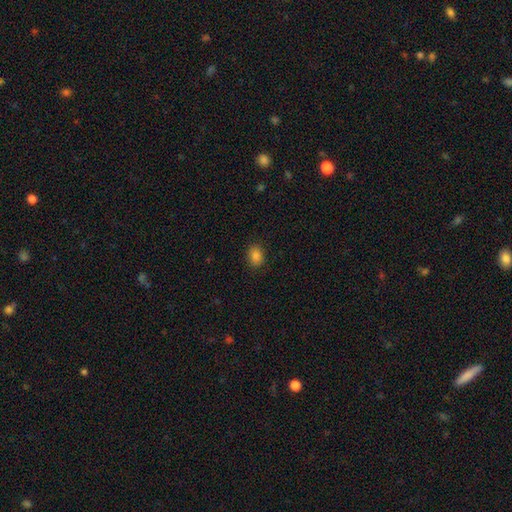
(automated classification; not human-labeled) smooth-or-featured: smooth: 84% | star or artifact: 11% | featured or disk: 5%
  how-rounded: in between: 55% | round: 44% | cigar-shaped: 1%
  merging: none: 88% | minor disturbance: 9% | major disturbance: 2% | merger: 1%